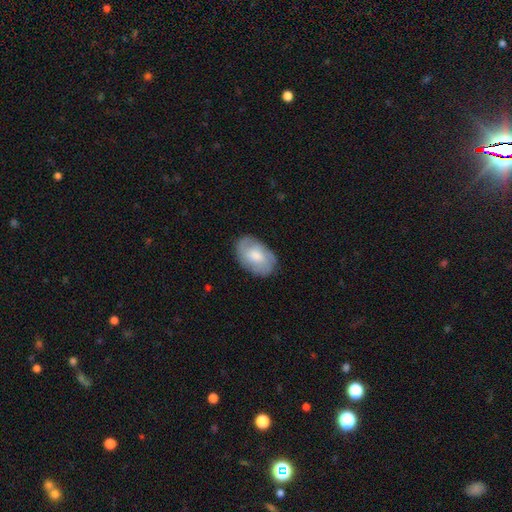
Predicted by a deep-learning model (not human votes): smooth 54%, featured or disk 39%, star or artifact 6%. Down the decision tree: how rounded — in between (90%); merging — none (80%).